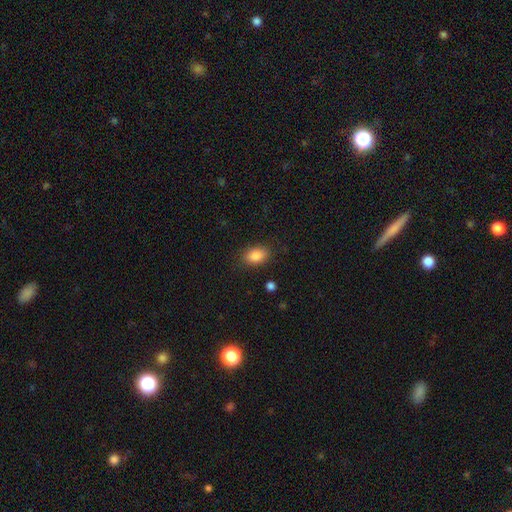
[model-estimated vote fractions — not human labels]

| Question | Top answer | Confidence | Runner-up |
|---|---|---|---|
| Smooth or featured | smooth | 87% | star or artifact (8%) |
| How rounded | in between | 87% | round (11%) |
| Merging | none | 84% | minor disturbance (11%) |